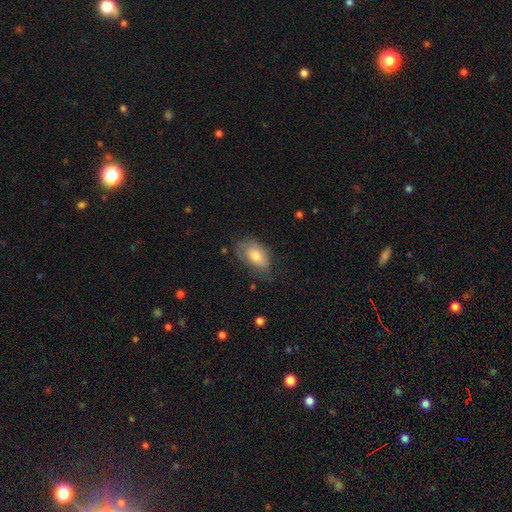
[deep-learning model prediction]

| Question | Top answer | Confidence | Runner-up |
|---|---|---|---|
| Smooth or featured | smooth | 67% | featured or disk (25%) |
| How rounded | in between | 91% | round (7%) |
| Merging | none | 58% | minor disturbance (30%) |